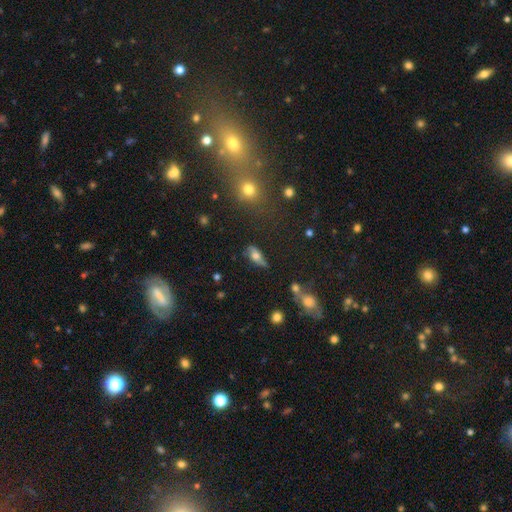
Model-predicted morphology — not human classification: A smooth galaxy with no disk features (58%) that is in between round and cigar-shaped (74%).

Vote fractions:
- Smooth or featured? smooth: 58% / featured or disk: 31% / star or artifact: 11%
- How rounded? in between: 74% / cigar-shaped: 19% / round: 7%
- Merging? none: 55% / minor disturbance: 28% / major disturbance: 12% / merger: 5%